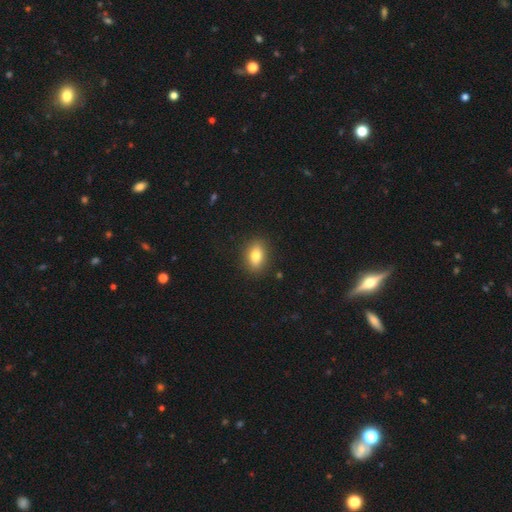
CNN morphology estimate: This is likely a smooth galaxy (79%). How rounded: likely in between (77%). Merging: clearly none (88%).